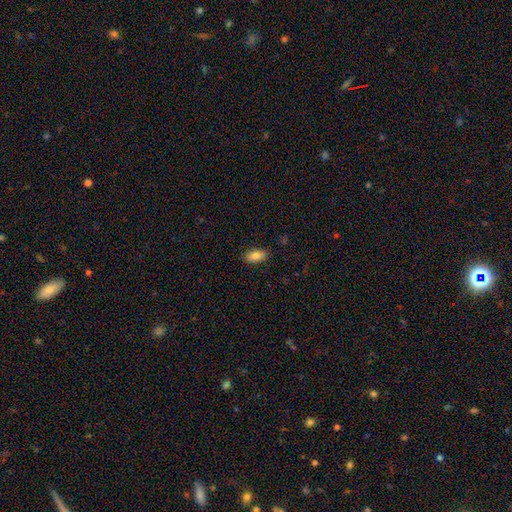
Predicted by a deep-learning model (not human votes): This is clearly a smooth galaxy (82%). How rounded: clearly in between (92%). Merging: clearly none (87%).